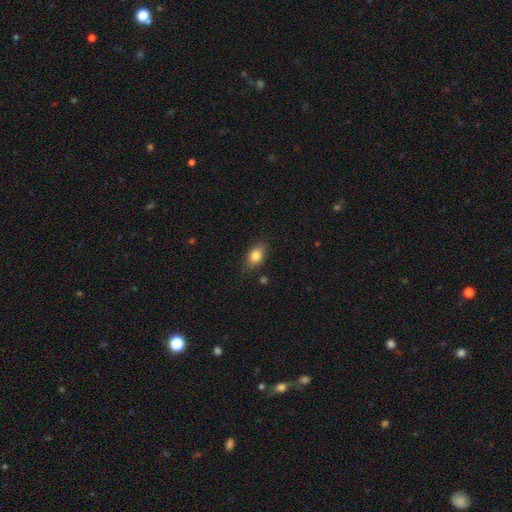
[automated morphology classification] This is clearly a smooth galaxy (82%). How rounded: clearly in between (83%). Merging: clearly none (82%).